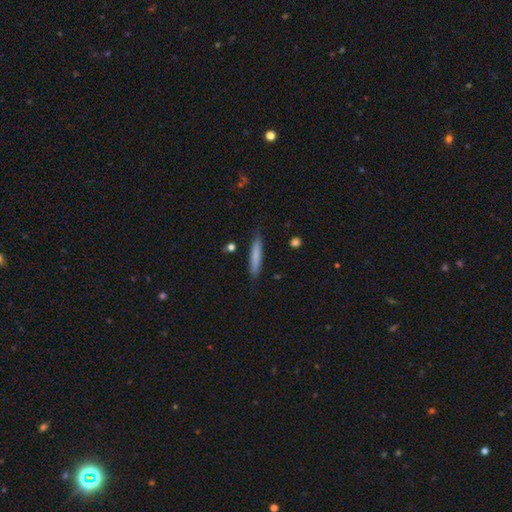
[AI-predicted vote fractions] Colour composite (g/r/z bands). It shows a smooth galaxy with no disk features (79%) that is cigar-shaped (93%). Merging: none (84%).